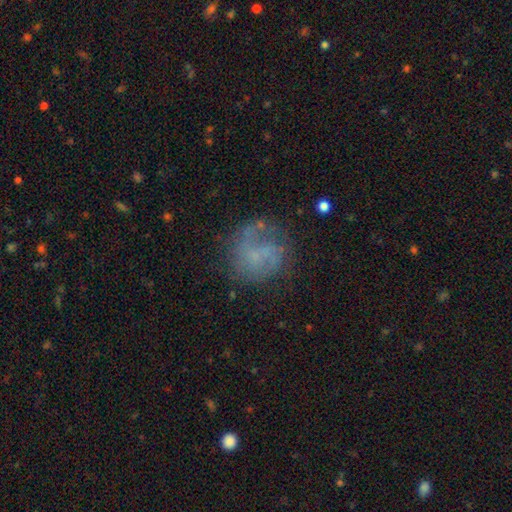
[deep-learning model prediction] featured or disk 56%, smooth 32%, star or artifact 12%. Down the decision tree: edge-on disk — no (98%); bar — no (68%); spiral arms — yes (73%); bulge size — none (59%); merging — none (59%).